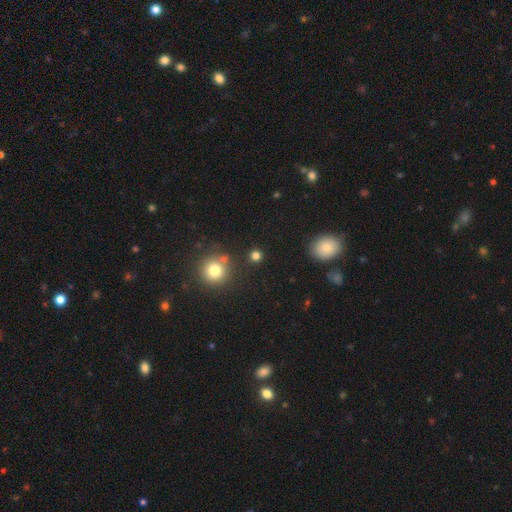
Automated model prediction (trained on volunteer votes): A smooth galaxy with no disk features (79%) that is round (92%). Merging: none (85%).